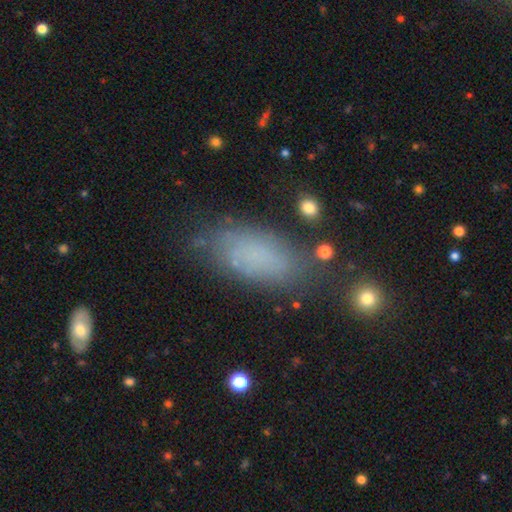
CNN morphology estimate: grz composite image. It shows a smooth galaxy with no disk features (64%) that is in between round and cigar-shaped (87%). Merging: none (67%).